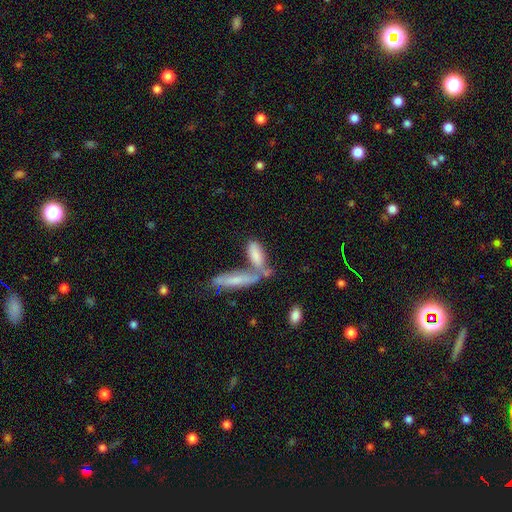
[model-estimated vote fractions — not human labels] Overall: smooth (68%). How rounded: cigar-shaped (51%; in between 47%). Merging: merger (47%; none 37%).